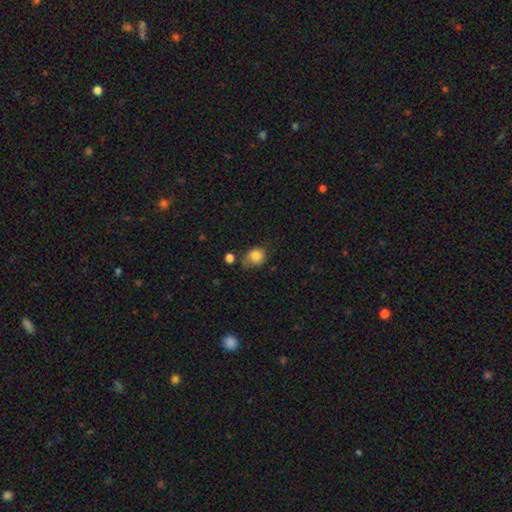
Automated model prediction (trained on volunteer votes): Smooth or featured? smooth (81%)
How rounded? round (59%)
Merging? none (45%)